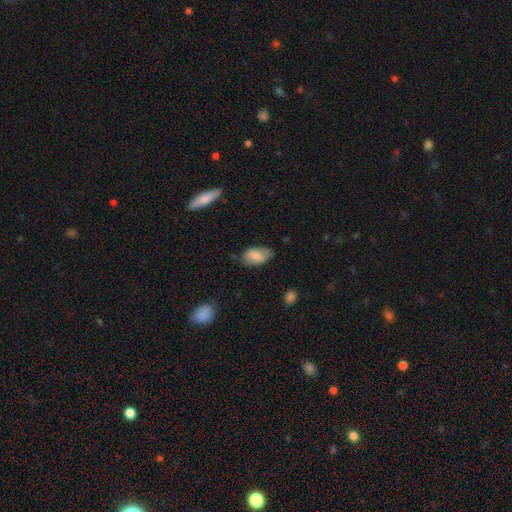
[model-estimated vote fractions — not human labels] This appears to be a smooth galaxy with no disk features (75%) that is in between round and cigar-shaped (93%). Merging: none (68%).